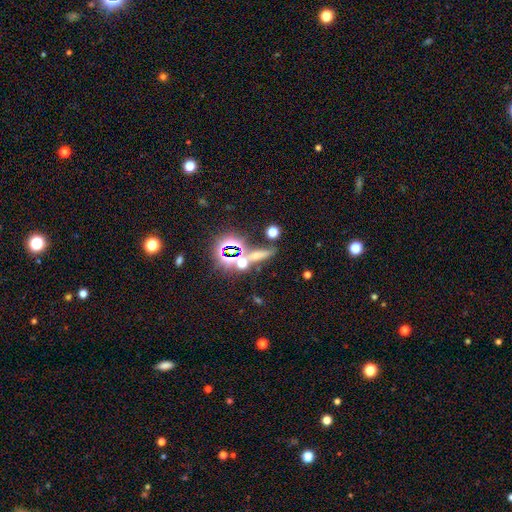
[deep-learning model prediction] Smooth or featured: smooth — 43% (star or artifact — 39%)
Merging: none — 66% (merger — 17%)